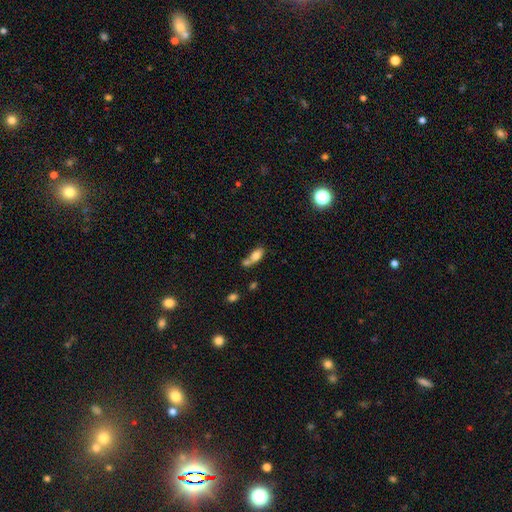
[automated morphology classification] A smooth galaxy with no disk features (79%) that is in between round and cigar-shaped (86%). Merging: merger (50%).